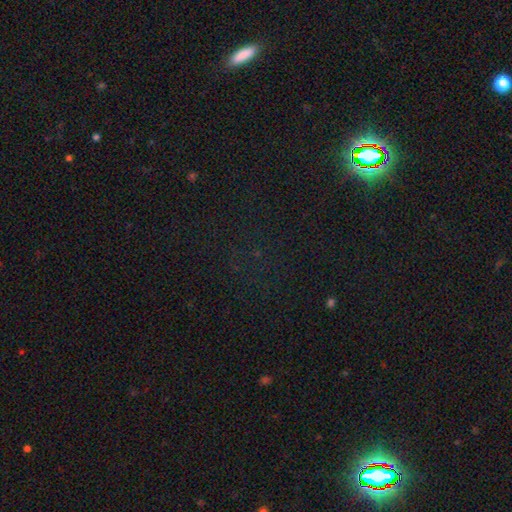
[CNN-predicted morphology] smooth_or_featured: star or artifact (p=0.75) [alt: smooth p=0.15]